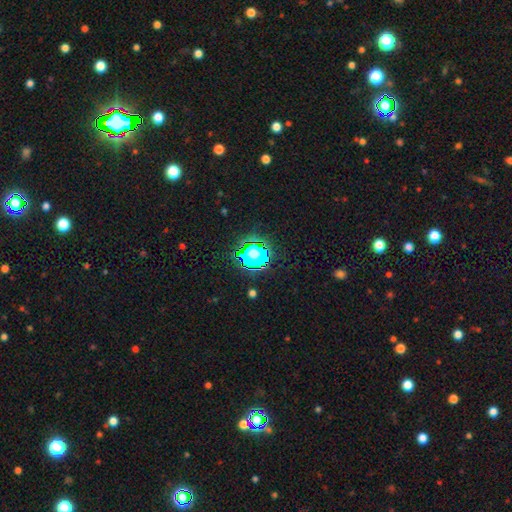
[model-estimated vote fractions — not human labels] This is possibly a star or artifact rather than a galaxy (57%).